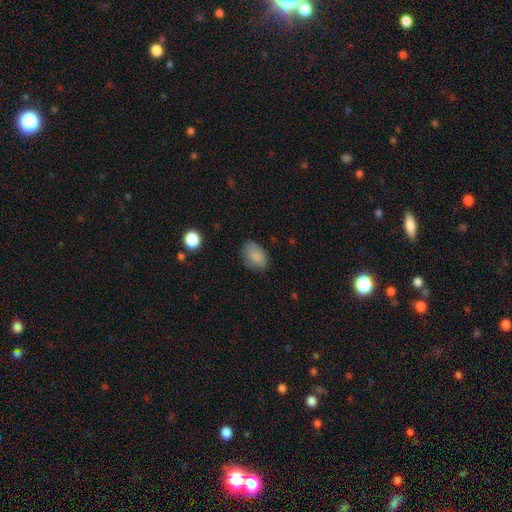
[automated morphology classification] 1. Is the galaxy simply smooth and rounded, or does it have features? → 84% smooth, 9% star or artifact, 7% featured or disk.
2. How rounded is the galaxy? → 83% in between, 16% round, 1% cigar-shaped.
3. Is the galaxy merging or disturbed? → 70% none, 22% minor disturbance, 6% major disturbance, 1% merger.